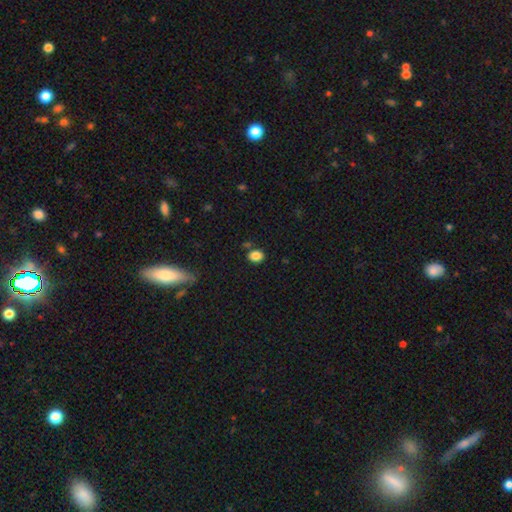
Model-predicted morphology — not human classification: A smooth galaxy with no disk features (84%) that is in between round and cigar-shaped (55%). Merging: none (77%).